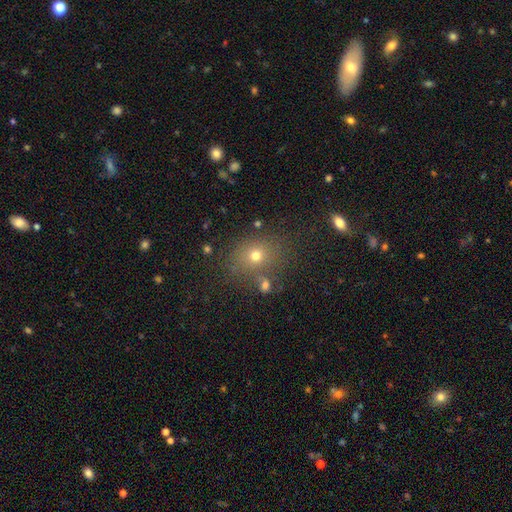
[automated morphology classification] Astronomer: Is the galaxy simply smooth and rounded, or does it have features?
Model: smooth — 68%.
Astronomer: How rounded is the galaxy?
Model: round — 57% (runner-up: in between, 41%).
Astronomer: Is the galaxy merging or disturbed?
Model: none — 71%.